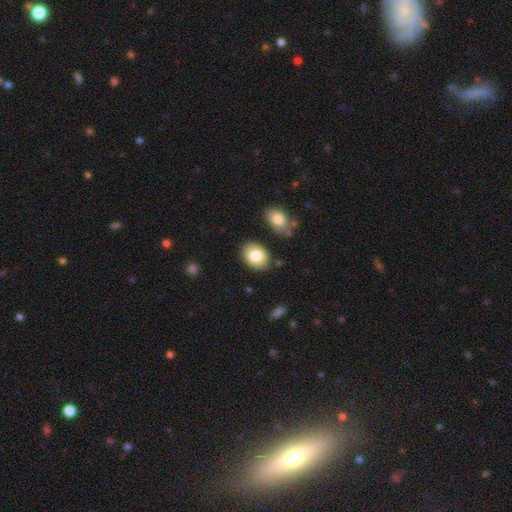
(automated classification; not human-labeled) Smooth or featured: smooth — 80% (featured or disk — 13%)
How rounded: in between — 74% (round — 25%)
Merging: none — 83% (minor disturbance — 11%)